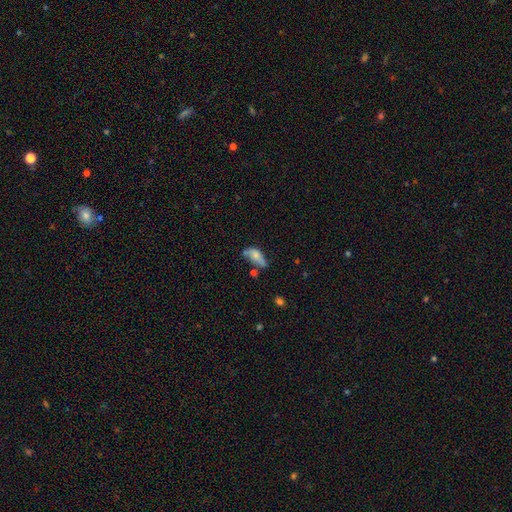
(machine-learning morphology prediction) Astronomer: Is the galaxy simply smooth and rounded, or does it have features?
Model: smooth — 64%.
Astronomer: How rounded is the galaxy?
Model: in between — 83%.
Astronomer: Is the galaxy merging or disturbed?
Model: none — 34% (runner-up: minor disturbance, 33%).